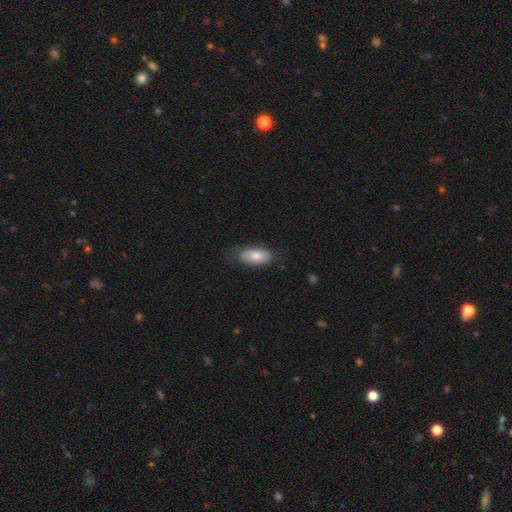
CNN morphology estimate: Smooth or featured?
  - smooth: 79% *
  - featured or disk: 15%
  - star or artifact: 6%
How rounded?
  - in between: 90% *
  - cigar-shaped: 8%
  - round: 2%
Merging?
  - none: 68% *
  - minor disturbance: 23%
  - major disturbance: 7%
  - merger: 1%